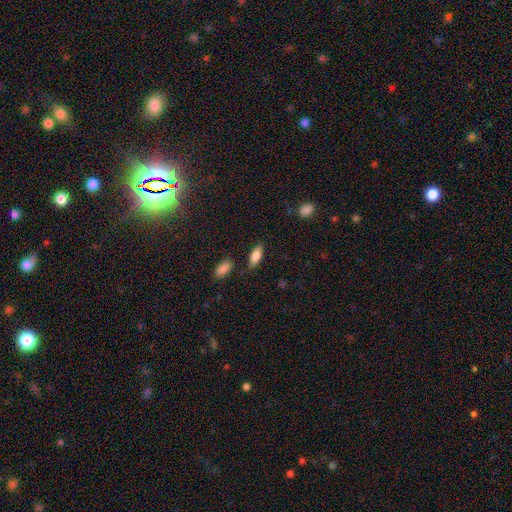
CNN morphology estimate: A smooth galaxy with no disk features (80%) that is in between round and cigar-shaped (78%).

Vote fractions:
- Smooth or featured? smooth: 80% / featured or disk: 13% / star or artifact: 7%
- How rounded? in between: 78% / cigar-shaped: 20% / round: 2%
- Merging? none: 81% / minor disturbance: 12% / merger: 3% / major disturbance: 3%